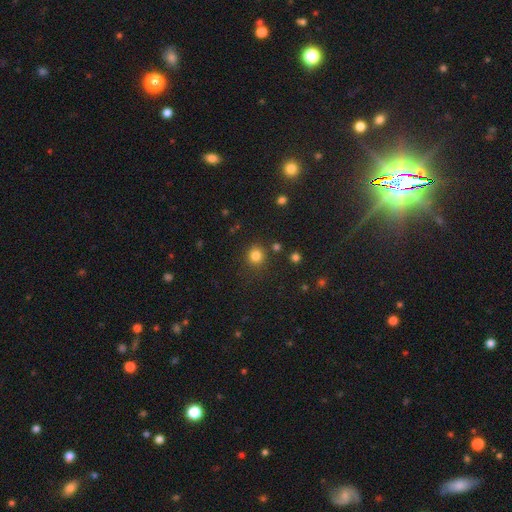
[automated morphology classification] type=smooth (82%); roundness=round (88%); merging=none (83%).